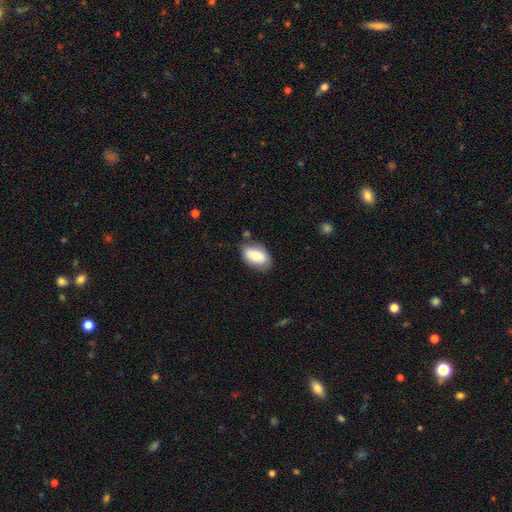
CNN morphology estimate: Smooth or featured? smooth (78%)
How rounded? in between (92%)
Merging? none (72%)